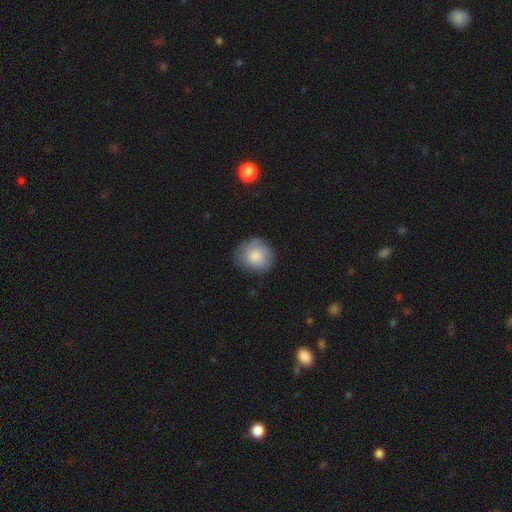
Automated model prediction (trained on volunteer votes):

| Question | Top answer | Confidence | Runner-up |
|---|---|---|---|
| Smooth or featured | smooth | 71% | featured or disk (22%) |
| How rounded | round | 80% | in between (19%) |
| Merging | none | 74% | minor disturbance (18%) |